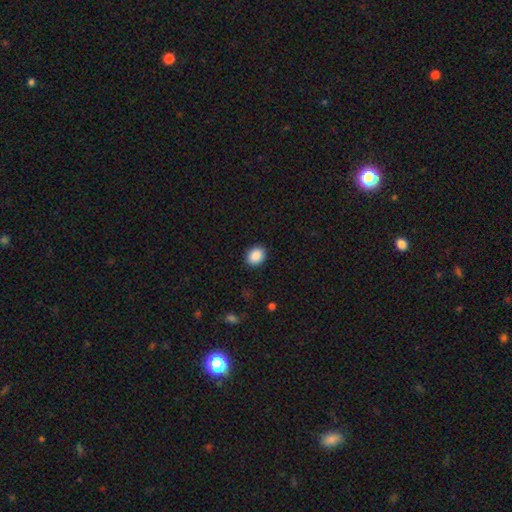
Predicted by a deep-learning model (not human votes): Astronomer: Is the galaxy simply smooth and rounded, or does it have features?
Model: smooth — 90%.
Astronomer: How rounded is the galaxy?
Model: round — 52% (runner-up: in between, 47%).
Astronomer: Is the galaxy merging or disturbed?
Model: none — 90%.